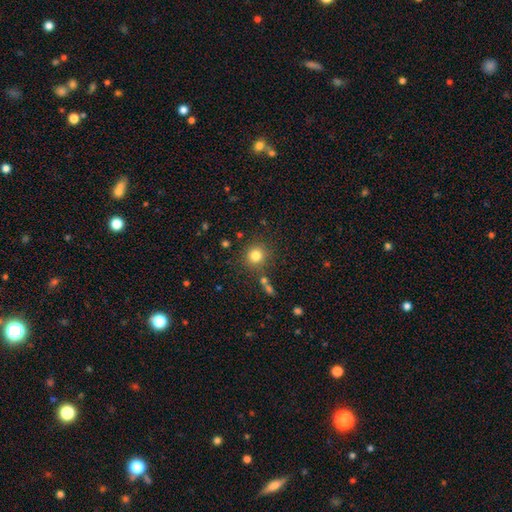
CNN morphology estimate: The model was most divided on "smooth or featured": smooth: 80%, star or artifact: 13%, featured or disk: 7%. More confident: how rounded — round (92%); merging — none (83%).